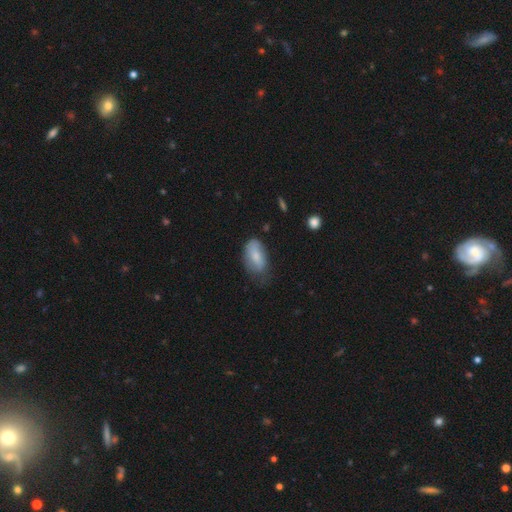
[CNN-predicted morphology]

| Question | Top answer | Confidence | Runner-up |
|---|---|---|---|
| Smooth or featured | smooth | 74% | featured or disk (19%) |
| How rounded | in between | 92% | round (4%) |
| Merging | none | 48% | minor disturbance (37%) |